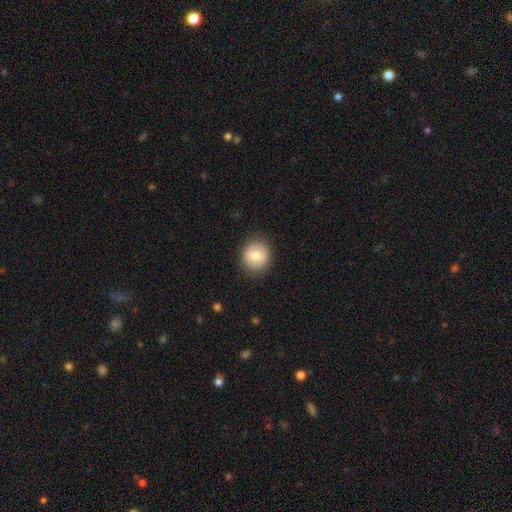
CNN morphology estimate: The model was most divided on "smooth or featured": smooth: 80%, featured or disk: 12%, star or artifact: 8%. More confident: merging — none (88%); how rounded — round (86%).